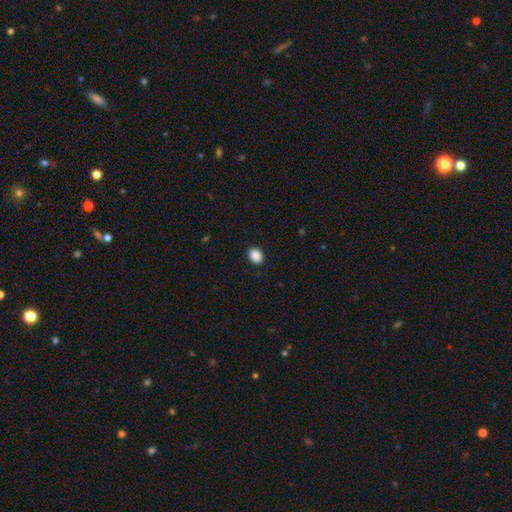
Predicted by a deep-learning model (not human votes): Smooth or featured?
  - smooth: 89% *
  - star or artifact: 8%
  - featured or disk: 2%
How rounded?
  - in between: 60% *
  - round: 39%
  - cigar-shaped: 1%
Merging?
  - none: 90% *
  - minor disturbance: 7%
  - major disturbance: 2%
  - merger: 1%